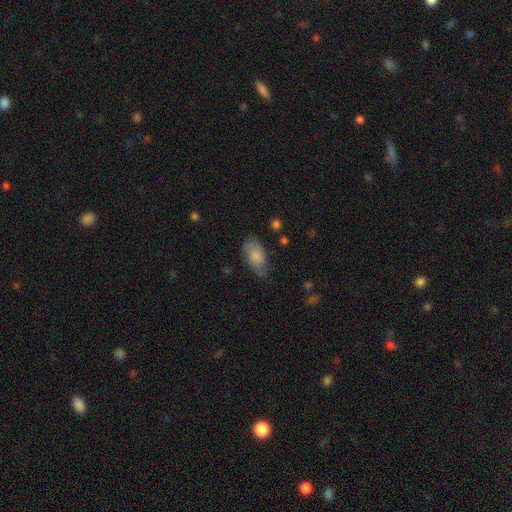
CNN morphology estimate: Smooth or featured? smooth (81%)
How rounded? in between (91%)
Merging? none (70%)